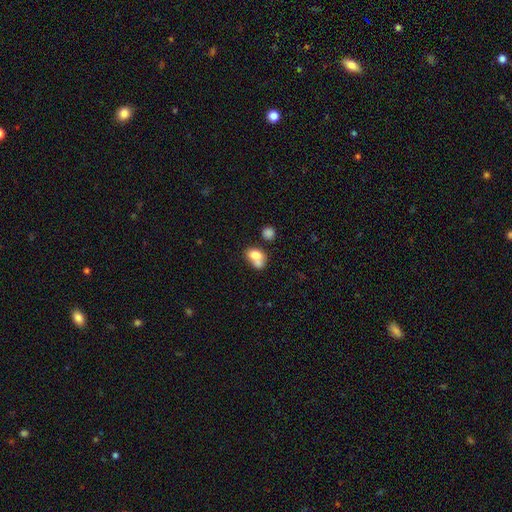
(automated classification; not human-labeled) Smooth or featured? Predicted: smooth (p=0.74). How rounded? Predicted: in between (p=0.64). Merging? Predicted: merger (p=0.54).